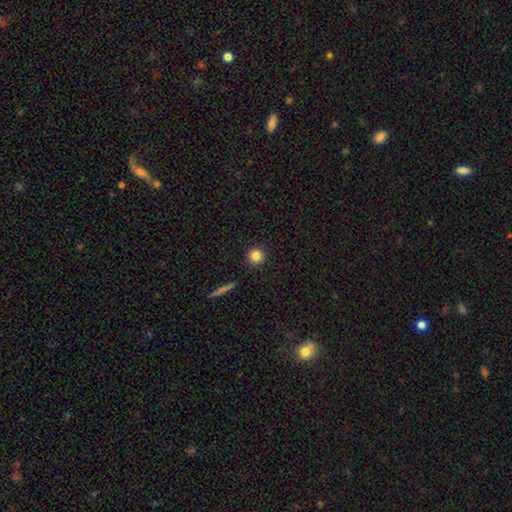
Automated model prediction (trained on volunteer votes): A smooth galaxy with no disk features (83%) that is round (95%). Merging: none (92%).